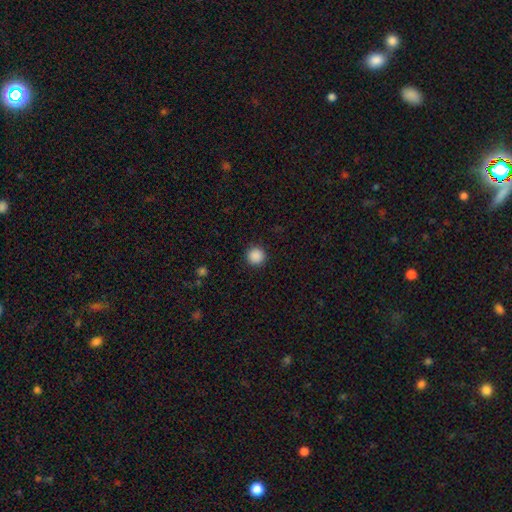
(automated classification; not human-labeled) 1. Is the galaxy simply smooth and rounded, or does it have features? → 88% smooth, 10% star or artifact, 2% featured or disk.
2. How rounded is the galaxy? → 96% round, 3% in between, 1% cigar-shaped.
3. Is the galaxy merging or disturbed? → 92% none, 5% minor disturbance, 2% major disturbance, 1% merger.